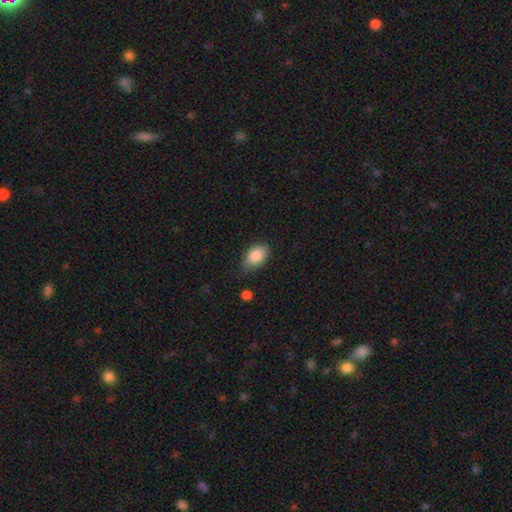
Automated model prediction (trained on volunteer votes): Morphology: type=smooth (85%); roundness=in between (89%); merging=none (67%).